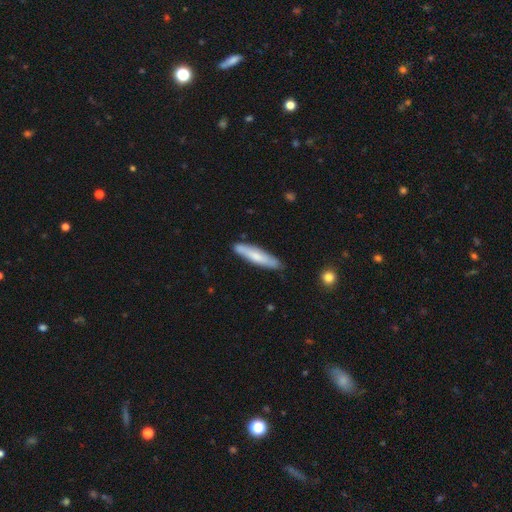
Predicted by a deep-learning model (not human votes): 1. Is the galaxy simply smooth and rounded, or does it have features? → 65% smooth, 29% featured or disk, 5% star or artifact.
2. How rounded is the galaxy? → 84% cigar-shaped, 14% in between, 1% round.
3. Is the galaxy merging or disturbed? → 82% none, 14% minor disturbance, 2% major disturbance, 2% merger.